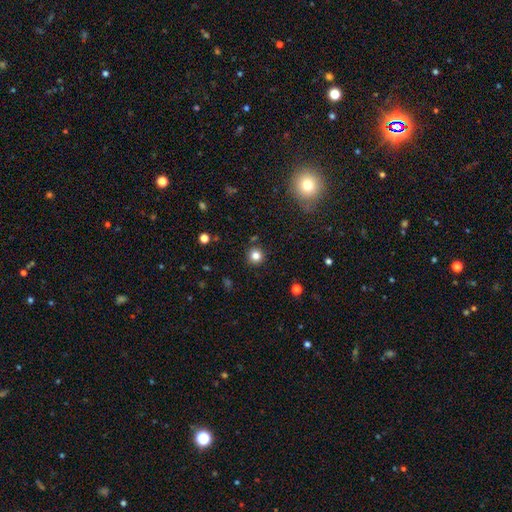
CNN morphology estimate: A smooth galaxy with no disk features (82%) that is round (94%). Merging: none (90%).